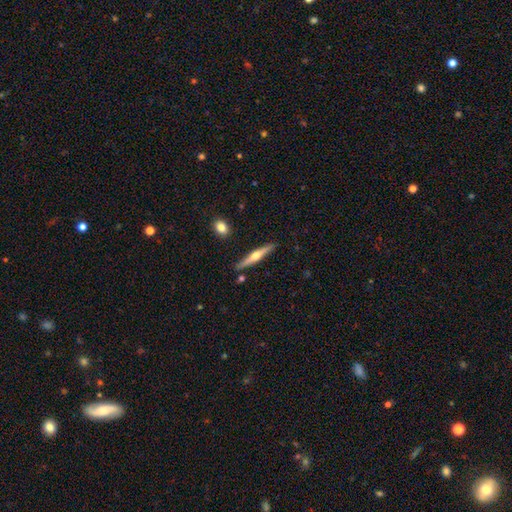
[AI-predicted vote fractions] Morphology: type=featured or disk (64%); edge-on=yes (97%); edge-on bulge=rounded (92%); merging=none (87%).